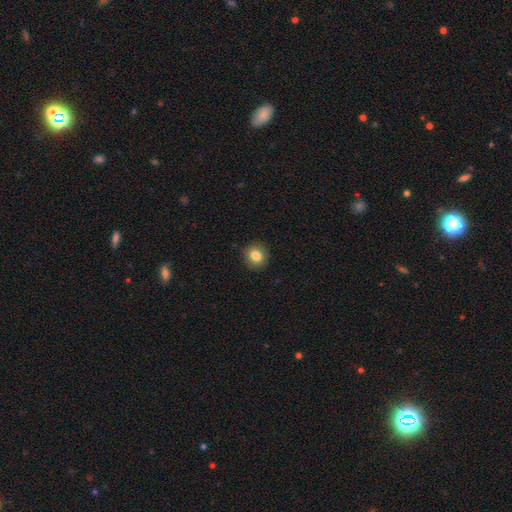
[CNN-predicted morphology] A smooth galaxy with no disk features (83%) that is round (83%).

Vote fractions:
- Smooth or featured? smooth: 83% / star or artifact: 10% / featured or disk: 7%
- How rounded? round: 83% / in between: 16% / cigar-shaped: 1%
- Merging? none: 90% / minor disturbance: 7% / major disturbance: 2% / merger: 1%